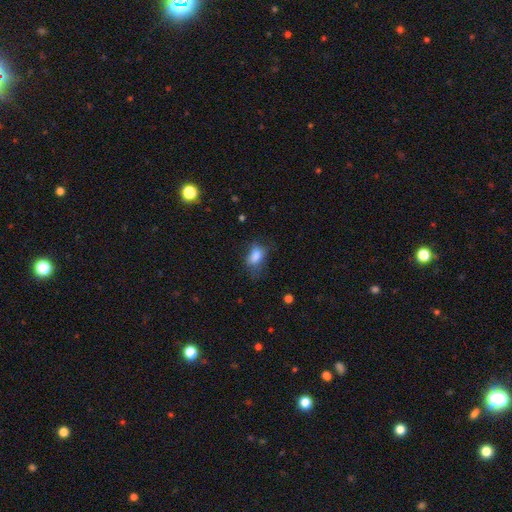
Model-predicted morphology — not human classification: A smooth galaxy with no disk features (77%) that is in between round and cigar-shaped (85%). Merging: none (45%).